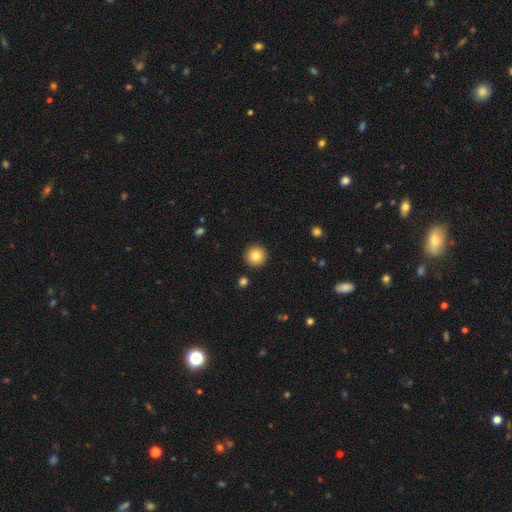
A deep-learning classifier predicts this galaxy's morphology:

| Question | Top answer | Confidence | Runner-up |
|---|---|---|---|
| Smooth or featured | smooth | 84% | star or artifact (9%) |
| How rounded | round | 96% | in between (3%) |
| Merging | none | 92% | minor disturbance (5%) |